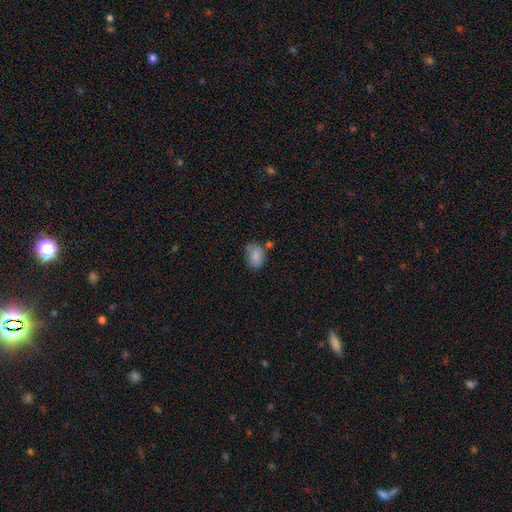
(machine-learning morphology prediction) Smooth or featured? smooth (86%)
How rounded? in between (77%)
Merging? none (63%)